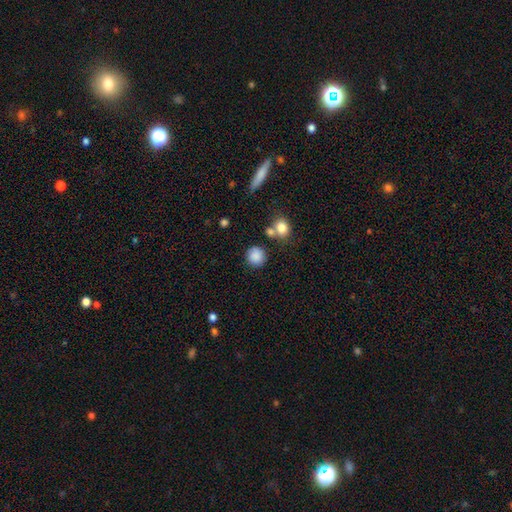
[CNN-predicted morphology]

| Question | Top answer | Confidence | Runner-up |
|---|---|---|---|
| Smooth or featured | smooth | 86% | star or artifact (10%) |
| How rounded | round | 91% | in between (8%) |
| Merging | none | 78% | minor disturbance (10%) |